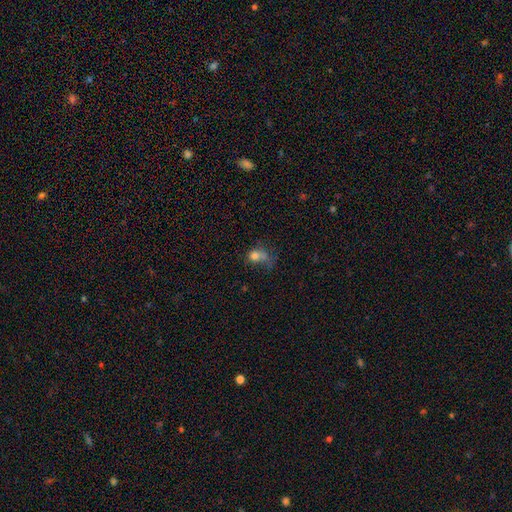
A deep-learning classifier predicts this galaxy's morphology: Q: Smooth or featured?
A: smooth (71%); runner-up: featured or disk (15%)
Q: How rounded?
A: round (51%); runner-up: in between (47%)
Q: Merging?
A: major disturbance (36%); runner-up: none (27%)